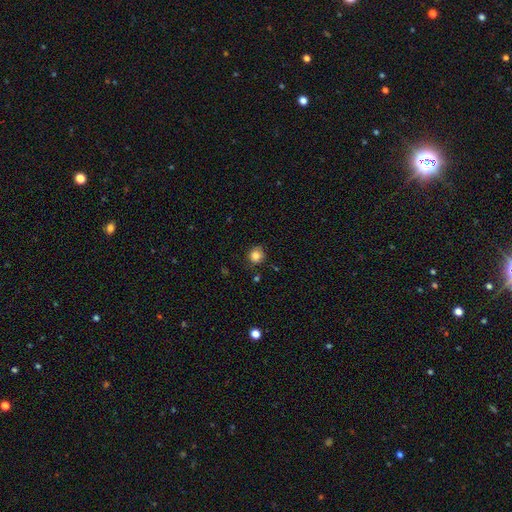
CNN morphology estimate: Smooth or featured? smooth (83%)
How rounded? round (88%)
Merging? none (82%)